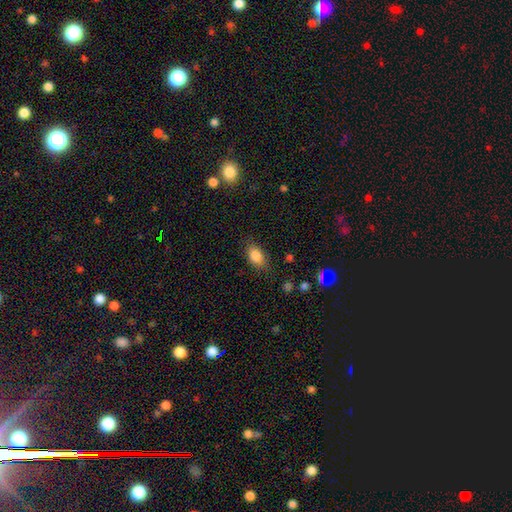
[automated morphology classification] The model was most divided on "merging": none: 80%, minor disturbance: 15%, major disturbance: 4%, merger: 1%. More confident: how rounded — in between (86%); smooth or featured — smooth (84%).